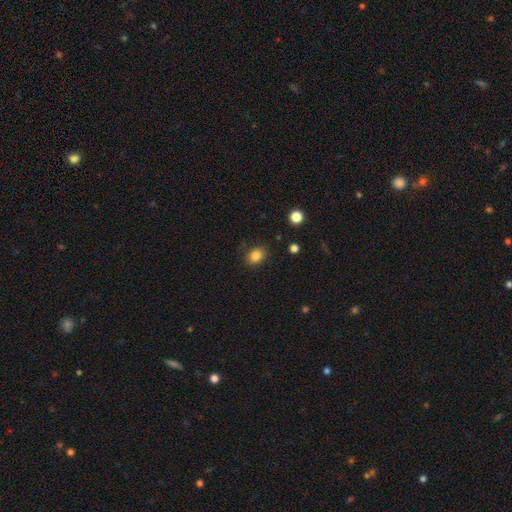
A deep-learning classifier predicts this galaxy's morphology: Smooth or featured?
  - smooth: 83% *
  - star or artifact: 11%
  - featured or disk: 6%
How rounded?
  - in between: 56% *
  - round: 43%
  - cigar-shaped: 1%
Merging?
  - none: 85% *
  - minor disturbance: 11%
  - major disturbance: 3%
  - merger: 1%